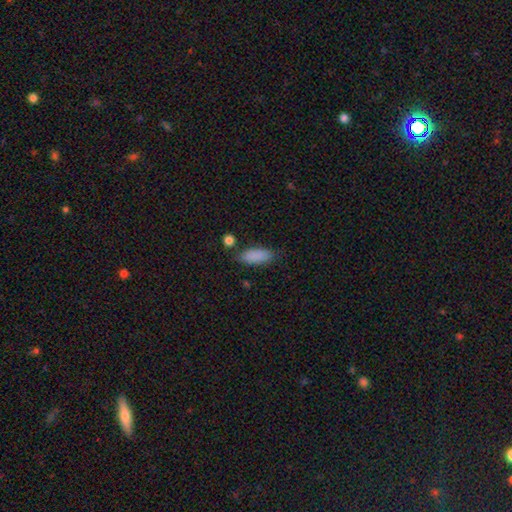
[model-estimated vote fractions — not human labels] A smooth galaxy with no disk features (87%) that is in between round and cigar-shaped (79%). Merging: none (77%).